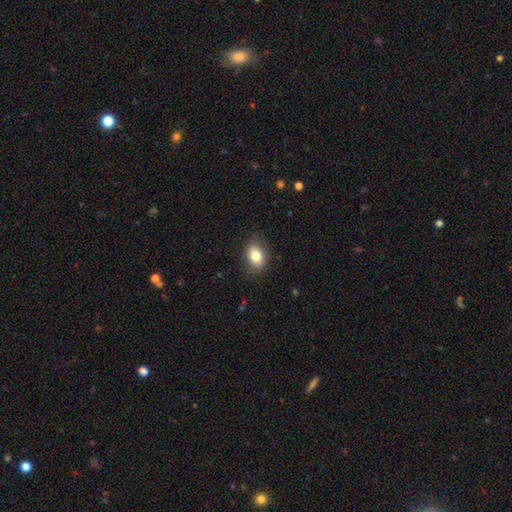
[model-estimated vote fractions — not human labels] Smooth or featured: smooth — 82% (featured or disk — 10%)
How rounded: in between — 77% (round — 21%)
Merging: none — 83% (minor disturbance — 12%)